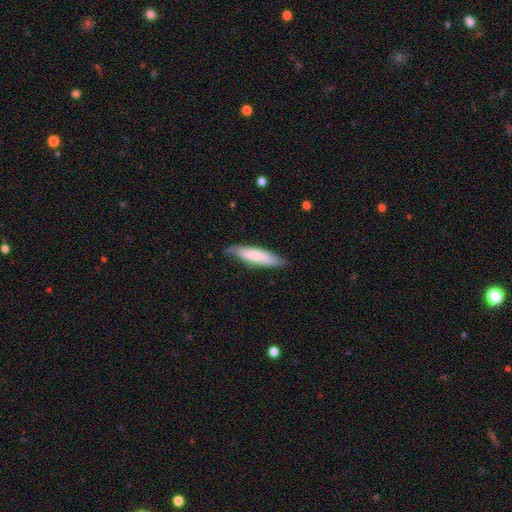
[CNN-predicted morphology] Smooth or featured? Predicted: smooth (p=0.70). How rounded? Predicted: cigar-shaped (p=0.74). Merging? Predicted: none (p=0.78).